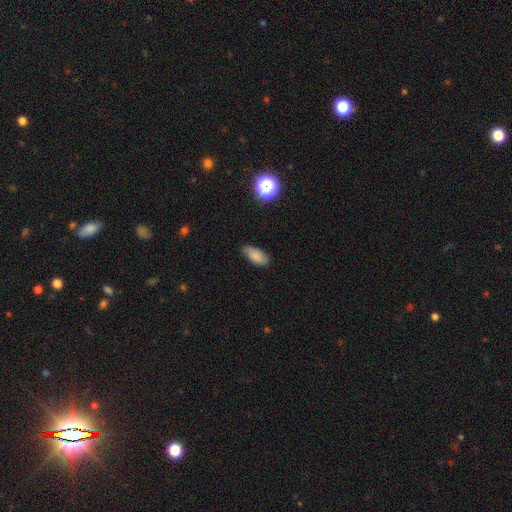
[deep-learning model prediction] Smooth or featured: smooth — 81% (featured or disk — 10%)
How rounded: in between — 89% (cigar-shaped — 8%)
Merging: none — 76% (minor disturbance — 20%)